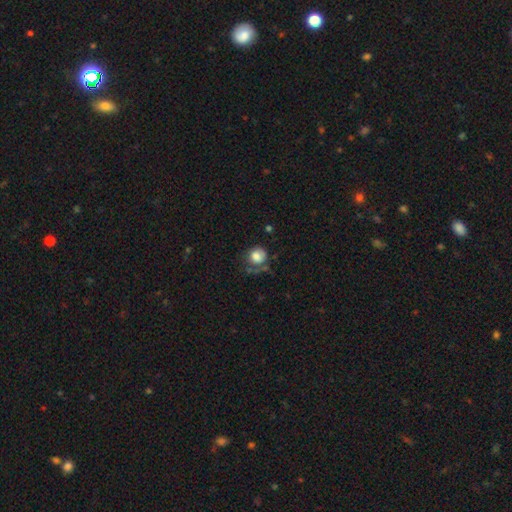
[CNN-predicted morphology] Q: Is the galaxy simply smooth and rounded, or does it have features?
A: smooth — 77%.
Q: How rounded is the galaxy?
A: round — 79%.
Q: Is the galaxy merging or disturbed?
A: none — 48%.